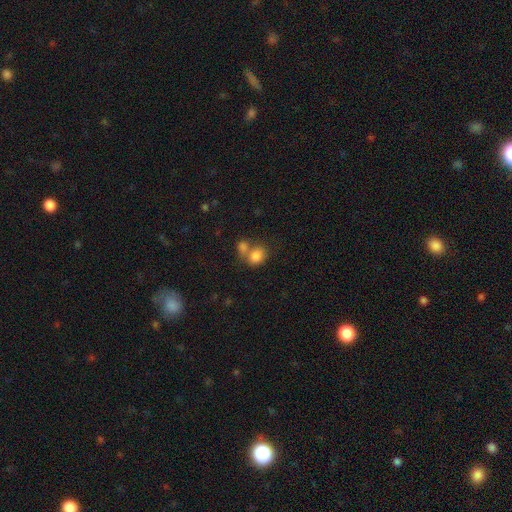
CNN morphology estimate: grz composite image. It shows a smooth galaxy with no disk features (82%) that is round (52%). Merging: merger (48%).